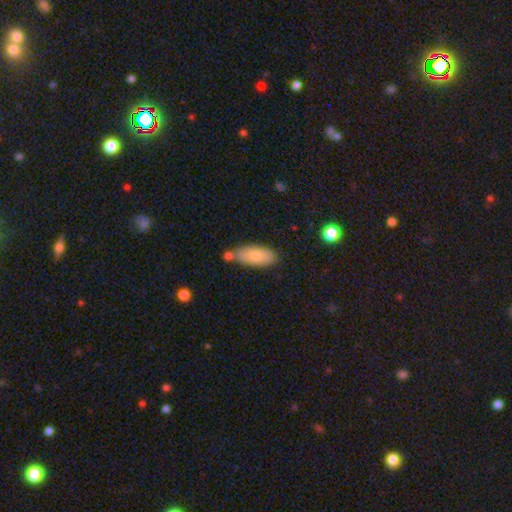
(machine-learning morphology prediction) smooth_or_featured: smooth (p=0.79) [alt: featured or disk p=0.14]
how_rounded: in between (p=0.83) [alt: cigar-shaped p=0.15]
merging: none (p=0.68) [alt: minor disturbance p=0.18]